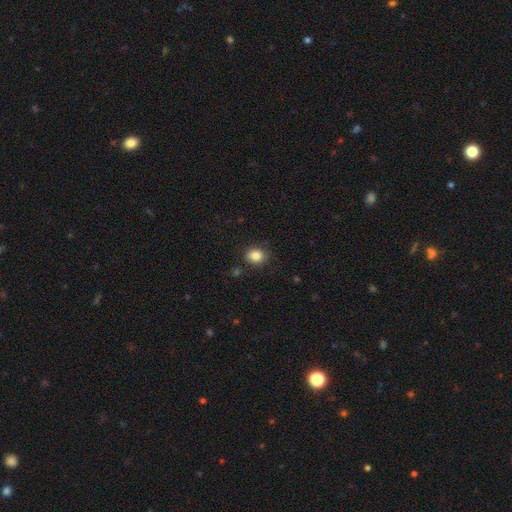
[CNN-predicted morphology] Smooth or featured? smooth (84%)
How rounded? round (56%)
Merging? none (83%)